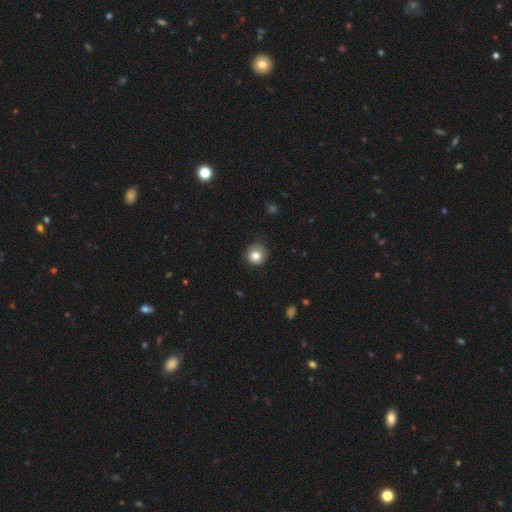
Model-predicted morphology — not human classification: A smooth galaxy with no disk features (81%) that is round (90%). Merging: none (77%).